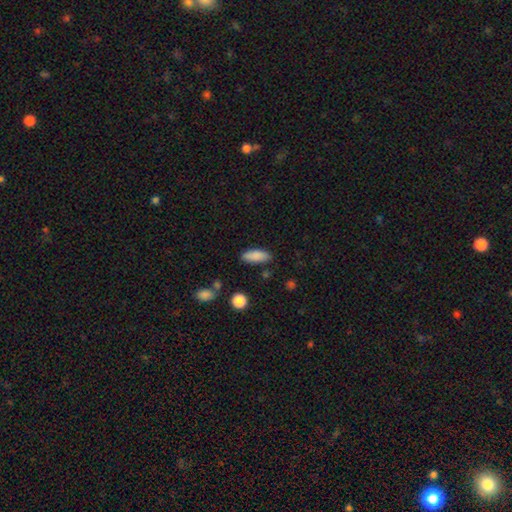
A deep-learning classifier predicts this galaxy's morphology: Q: Smooth or featured?
A: smooth (87%); runner-up: star or artifact (7%)
Q: How rounded?
A: in between (76%); runner-up: cigar-shaped (22%)
Q: Merging?
A: none (82%); runner-up: minor disturbance (13%)